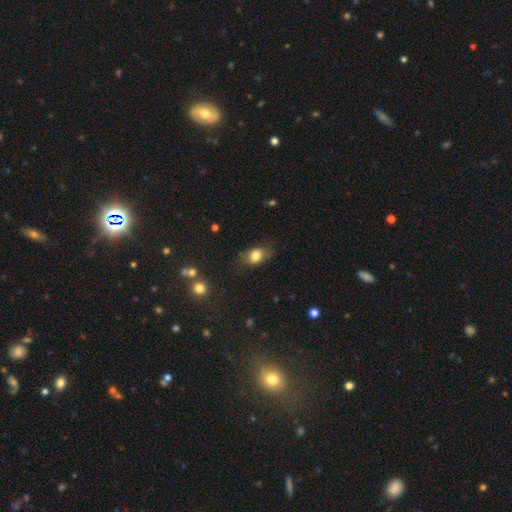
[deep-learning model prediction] smooth_or_featured: smooth (p=0.78) [alt: featured or disk p=0.13]
how_rounded: in between (p=0.78) [alt: round p=0.20]
merging: none (p=0.74) [alt: minor disturbance p=0.19]